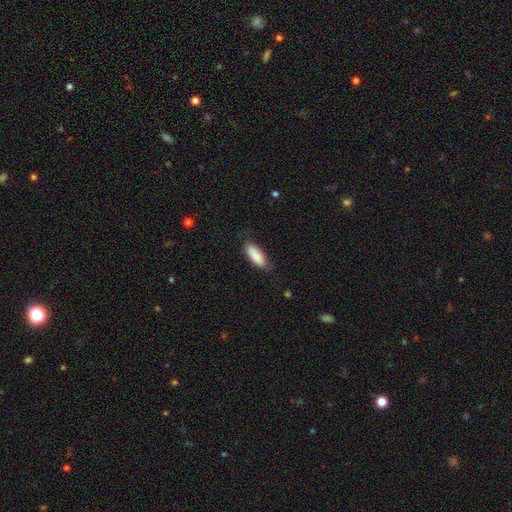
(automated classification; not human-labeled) Smooth or featured? smooth (88%)
How rounded? in between (71%)
Merging? none (78%)